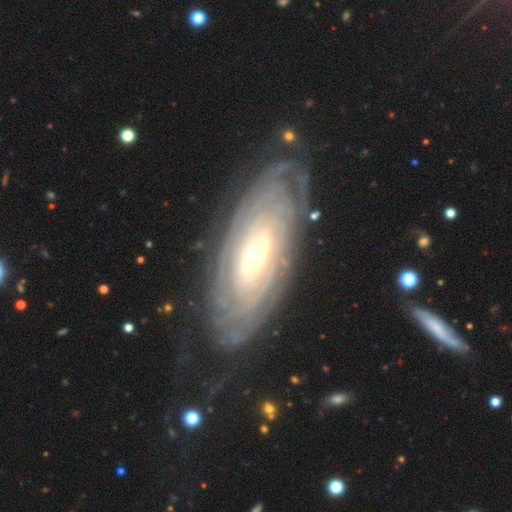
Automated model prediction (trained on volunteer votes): A featured or disk galaxy (86%) with no bar (49%), tight (85%) spiral arms (93%) and a small central bulge (50%).

Vote fractions:
- Smooth or featured? featured or disk: 86% / smooth: 9% / star or artifact: 5%
- Edge-on disk? no: 89% / yes: 11%
- Bar? no: 49% / weak: 33% / strong: 18%
- Spiral arms? yes: 93% / no: 7%
- Spiral winding? tight: 85% / medium: 12% / loose: 3%
- Spiral arm count? can't tell: 50% / more than 4: 16% / 4: 11% / 2: 10% / 3: 8% / 1: 5%
- Bulge size? small: 50% / moderate: 44% / large: 4% / dominant: 1% / none: 1%
- Merging? none: 78% / minor disturbance: 14% / major disturbance: 6% / merger: 2%